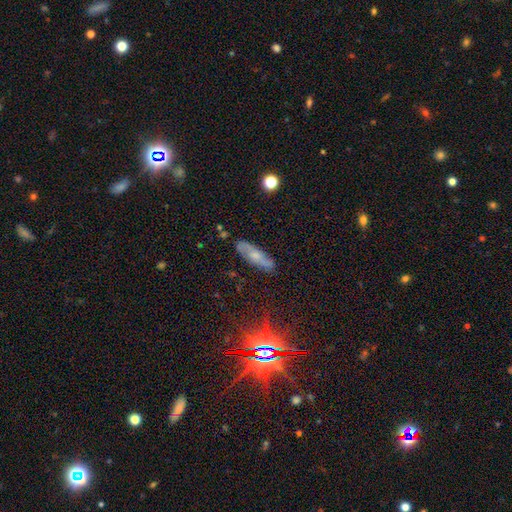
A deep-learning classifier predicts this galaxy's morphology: Smooth or featured? Predicted: featured or disk (p=0.51). Edge-on disk? Predicted: no (p=0.70). Merging? Predicted: none (p=0.81).